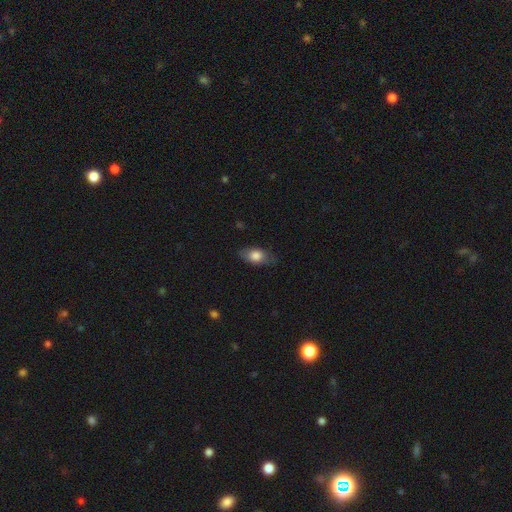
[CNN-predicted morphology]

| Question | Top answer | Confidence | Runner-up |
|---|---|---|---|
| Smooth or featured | smooth | 77% | featured or disk (16%) |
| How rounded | in between | 85% | round (10%) |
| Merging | none | 77% | minor disturbance (18%) |